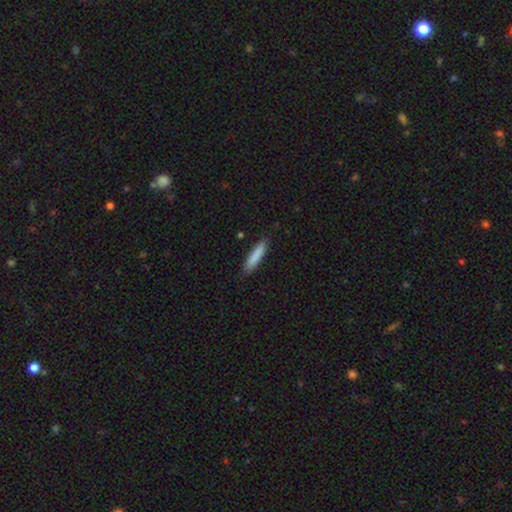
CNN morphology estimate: Smooth or featured? smooth (85%)
How rounded? cigar-shaped (83%)
Merging? none (86%)